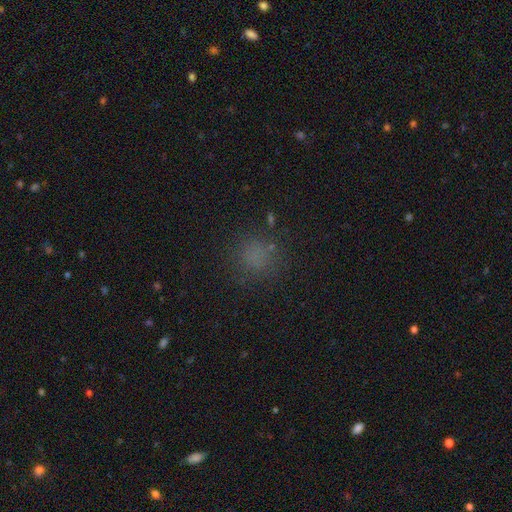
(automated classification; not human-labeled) smooth 71%, star or artifact 22%, featured or disk 7%. Down the decision tree: how rounded — round (88%); merging — none (81%).